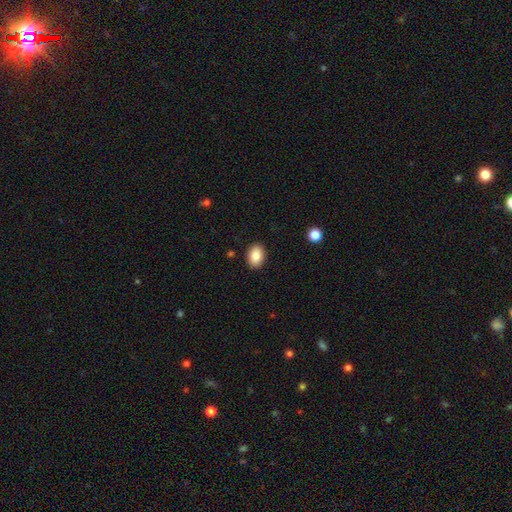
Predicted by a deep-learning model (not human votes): Smooth or featured? smooth (87%)
How rounded? in between (80%)
Merging? none (90%)